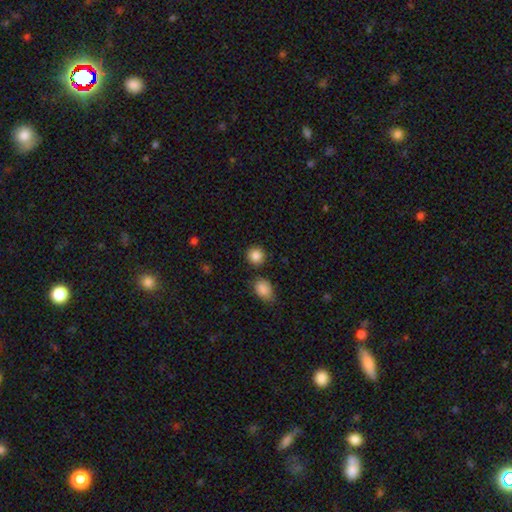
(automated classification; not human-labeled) A smooth galaxy with no disk features (87%) that is round (88%).

Vote fractions:
- Smooth or featured? smooth: 87% / star or artifact: 9% / featured or disk: 4%
- How rounded? round: 88% / in between: 11% / cigar-shaped: 1%
- Merging? none: 86% / minor disturbance: 7% / merger: 4% / major disturbance: 2%